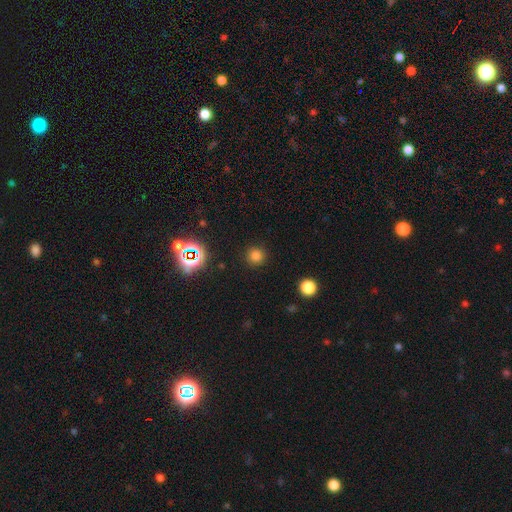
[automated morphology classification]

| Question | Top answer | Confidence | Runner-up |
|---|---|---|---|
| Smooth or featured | smooth | 75% | star or artifact (20%) |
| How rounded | round | 94% | in between (5%) |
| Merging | none | 90% | minor disturbance (6%) |